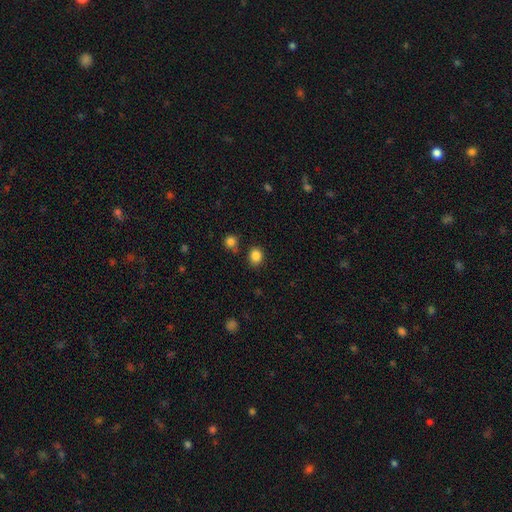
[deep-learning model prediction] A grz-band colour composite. It shows a smooth galaxy with no disk features (85%) that is round (69%). Merging: none (81%).